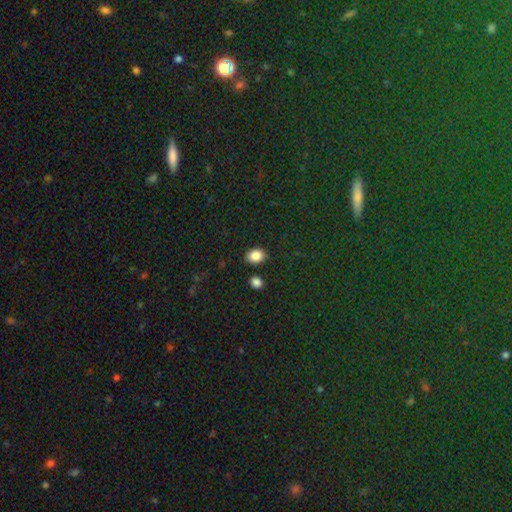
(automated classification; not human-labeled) Smooth or featured: smooth — 86% (star or artifact — 9%)
How rounded: in between — 62% (round — 37%)
Merging: none — 83% (minor disturbance — 10%)